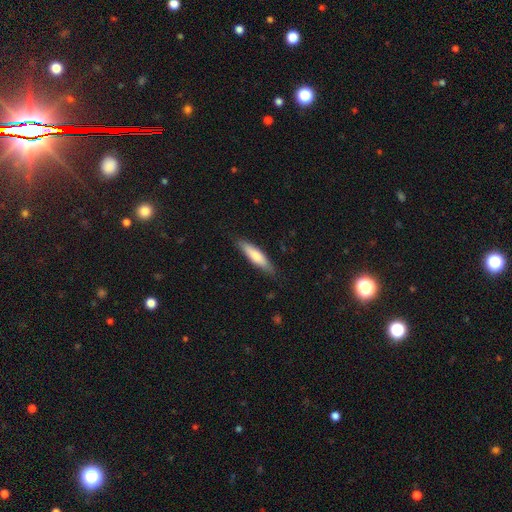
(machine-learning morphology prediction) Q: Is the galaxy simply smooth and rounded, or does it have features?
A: smooth — 72%.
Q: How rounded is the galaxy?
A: cigar-shaped — 72%.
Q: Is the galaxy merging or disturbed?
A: none — 84%.